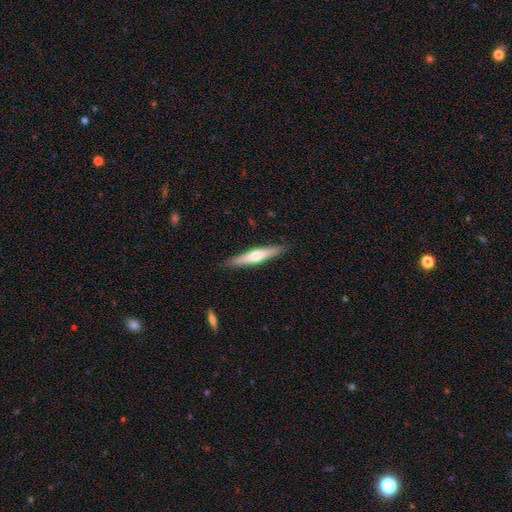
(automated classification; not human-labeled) smooth_or_featured: featured or disk (p=0.49) [alt: smooth p=0.45]
merging: none (p=0.89) [alt: minor disturbance p=0.08]